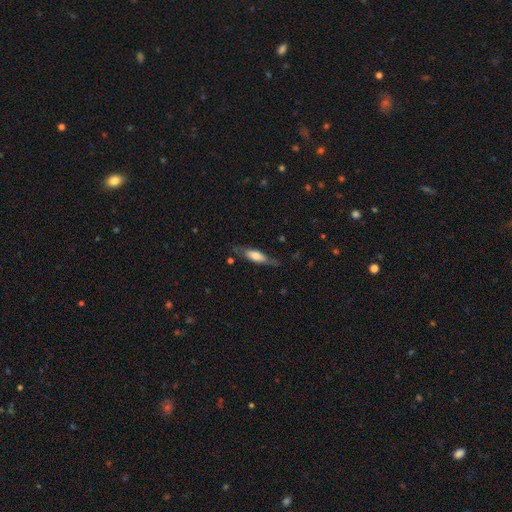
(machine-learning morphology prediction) smooth 55%, featured or disk 38%, star or artifact 6%. Down the decision tree: how rounded — cigar-shaped (52%); merging — none (68%).